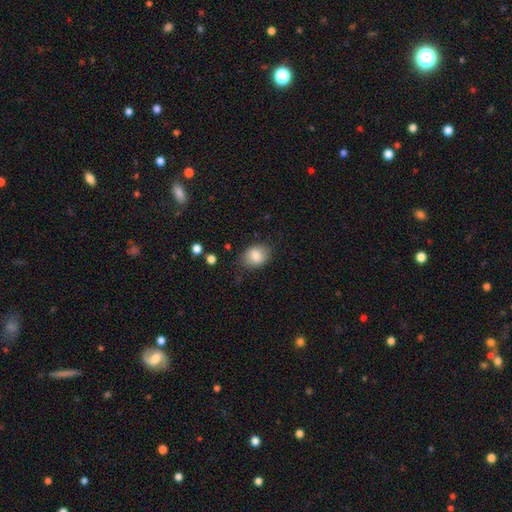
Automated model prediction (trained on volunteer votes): A smooth galaxy with no disk features (83%) that is in between round and cigar-shaped (68%). Merging: none (77%).